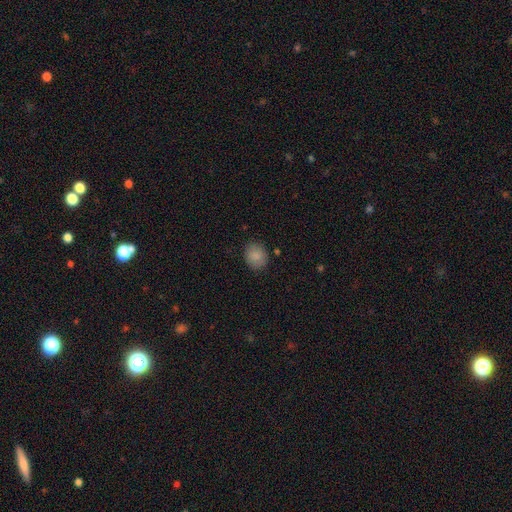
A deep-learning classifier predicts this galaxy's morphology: smooth-or-featured: smooth: 86% | star or artifact: 8% | featured or disk: 5%
  how-rounded: round: 62% | in between: 37% | cigar-shaped: 1%
  merging: none: 84% | minor disturbance: 12% | major disturbance: 3% | merger: 1%